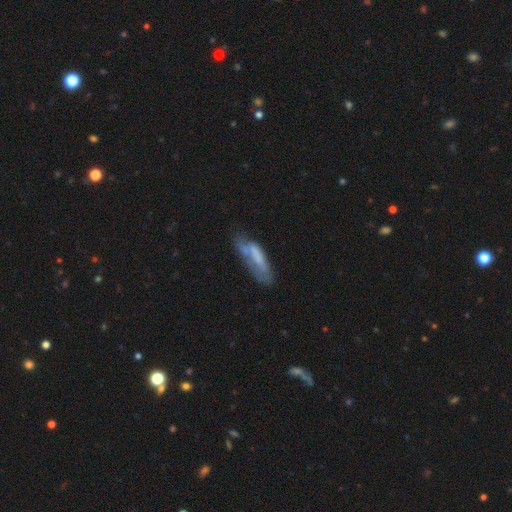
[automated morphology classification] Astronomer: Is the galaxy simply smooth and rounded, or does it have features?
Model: smooth — 51% (runner-up: featured or disk, 41%).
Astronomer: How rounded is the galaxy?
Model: cigar-shaped — 53% (runner-up: in between, 46%).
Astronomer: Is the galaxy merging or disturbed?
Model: none — 39% (runner-up: minor disturbance, 30%).